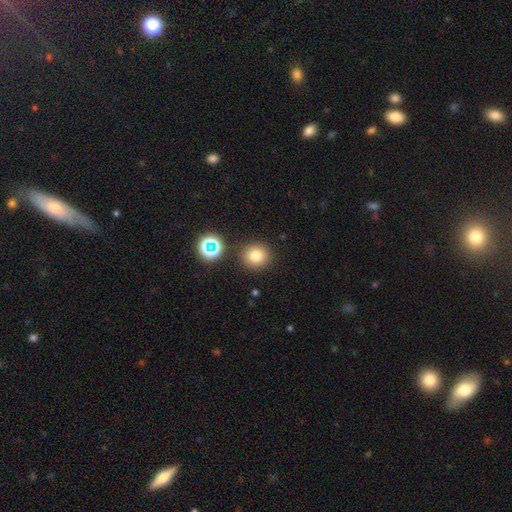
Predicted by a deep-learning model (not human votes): smooth 77%, star or artifact 15%, featured or disk 8%. Down the decision tree: how rounded — round (90%); merging — none (86%).